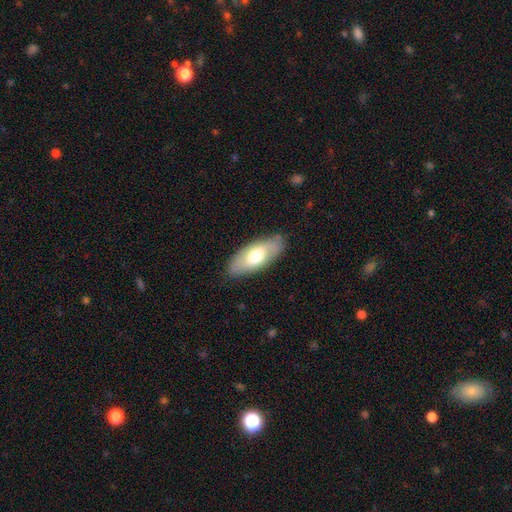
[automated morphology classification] Smooth or featured? Predicted: smooth (p=0.64). How rounded? Predicted: in between (p=0.83). Merging? Predicted: none (p=0.83).